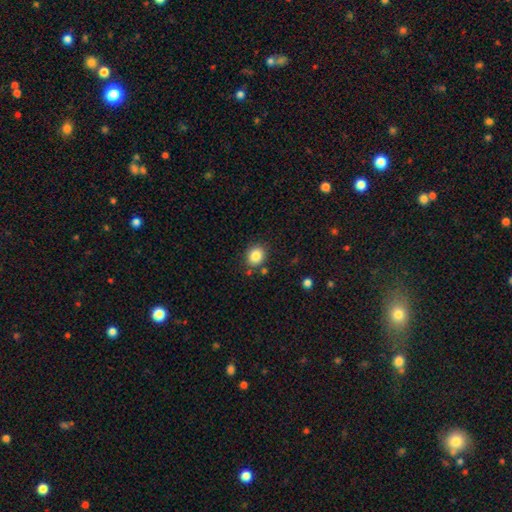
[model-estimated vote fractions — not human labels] This appears to be a smooth galaxy with no disk features (85%) that is round (71%). Merging: none (83%).